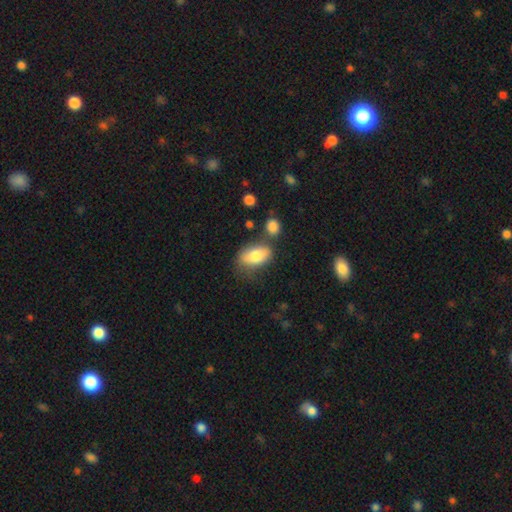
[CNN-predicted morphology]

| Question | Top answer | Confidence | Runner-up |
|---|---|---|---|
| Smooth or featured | smooth | 78% | featured or disk (15%) |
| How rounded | in between | 90% | round (6%) |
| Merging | none | 58% | minor disturbance (21%) |